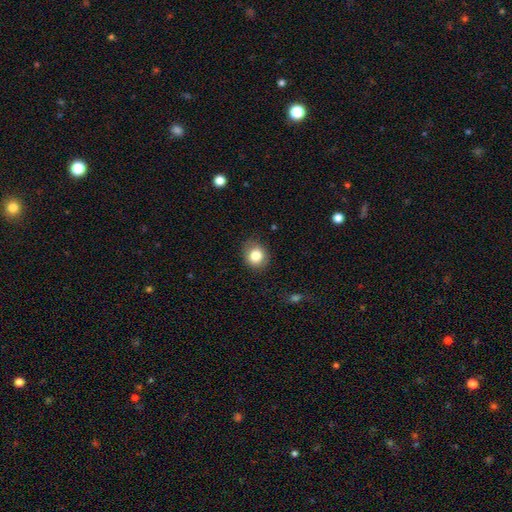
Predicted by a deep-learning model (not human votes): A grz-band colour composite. It shows a smooth galaxy with no disk features (83%) that is round (75%). Merging: none (84%).